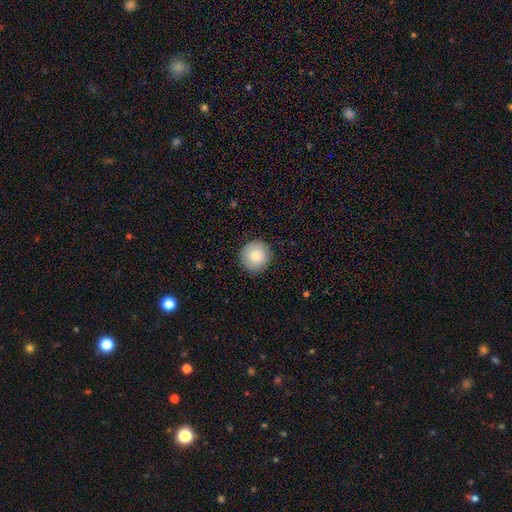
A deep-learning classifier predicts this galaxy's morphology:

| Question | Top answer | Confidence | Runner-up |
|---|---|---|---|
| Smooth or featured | smooth | 77% | featured or disk (15%) |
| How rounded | round | 95% | in between (4%) |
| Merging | none | 89% | minor disturbance (8%) |